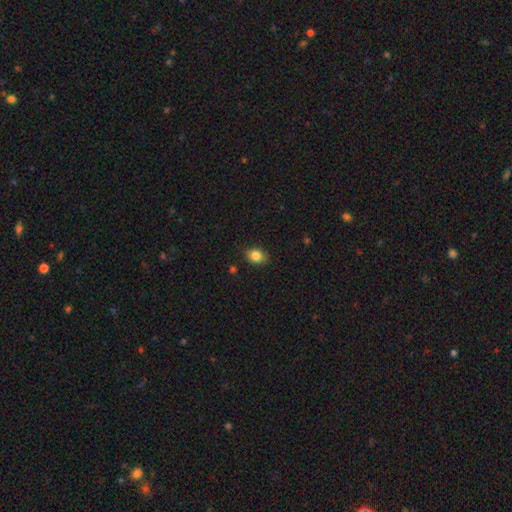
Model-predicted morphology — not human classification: Smooth or featured: smooth — 84% (star or artifact — 10%)
How rounded: in between — 60% (round — 39%)
Merging: none — 84% (minor disturbance — 12%)